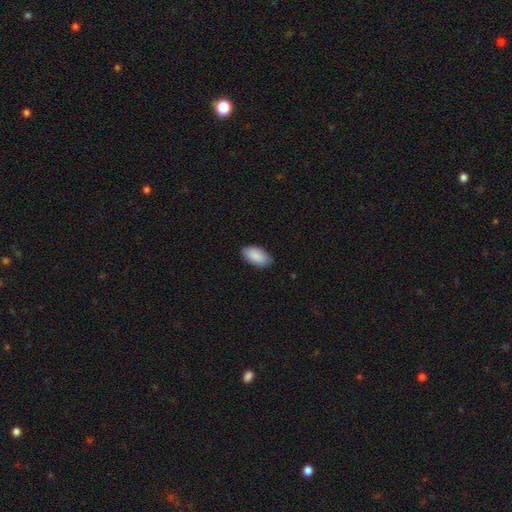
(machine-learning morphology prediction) Q: Smooth or featured?
A: smooth (89%); runner-up: star or artifact (6%)
Q: How rounded?
A: in between (95%); runner-up: round (3%)
Q: Merging?
A: none (85%); runner-up: minor disturbance (12%)